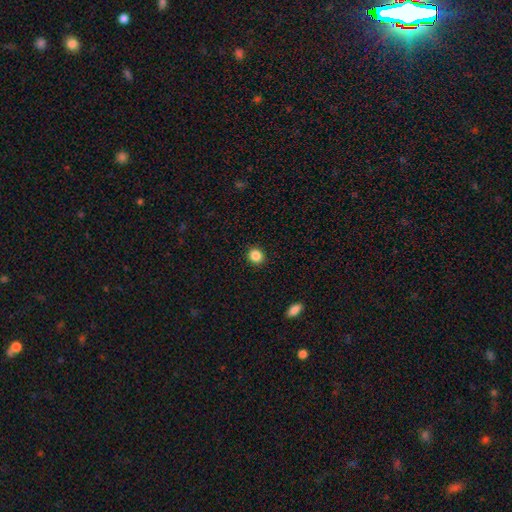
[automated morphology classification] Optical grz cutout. It shows a smooth galaxy with no disk features (86%) that is round (86%). Merging: none (92%).